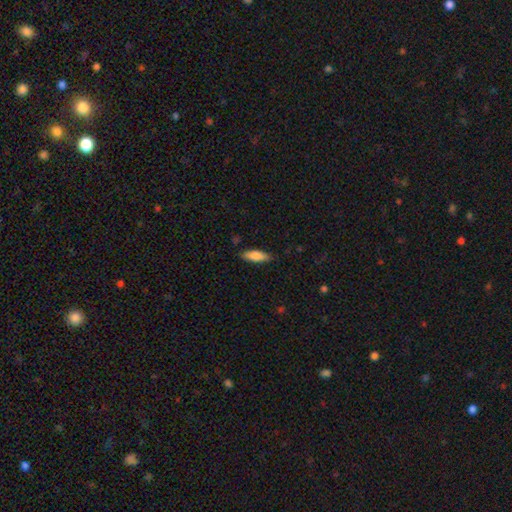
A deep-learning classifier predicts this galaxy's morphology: Smooth or featured? Predicted: smooth (p=0.78). How rounded? Predicted: in between (p=0.54). Merging? Predicted: none (p=0.85).